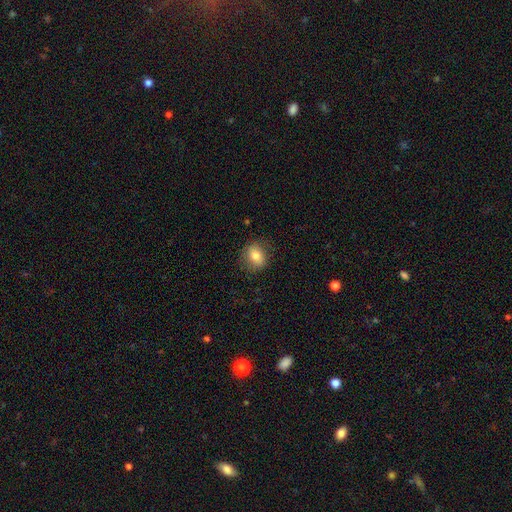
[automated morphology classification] Overall: smooth (77%). How rounded: round (51%; in between 47%). Merging: none (81%).